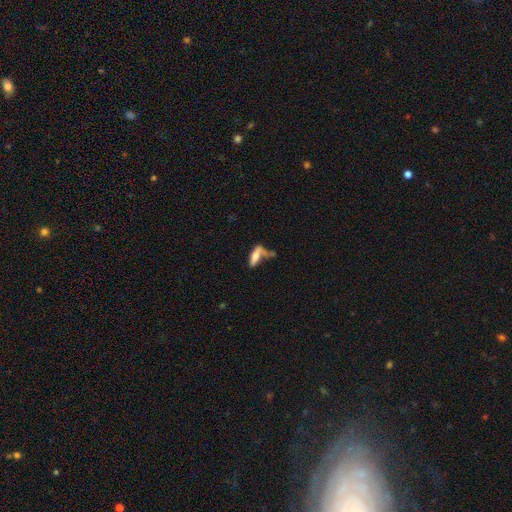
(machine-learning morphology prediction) Q: Smooth or featured?
A: smooth (60%); runner-up: featured or disk (31%)
Q: How rounded?
A: cigar-shaped (51%); runner-up: in between (47%)
Q: Merging?
A: none (34%); runner-up: merger (31%)